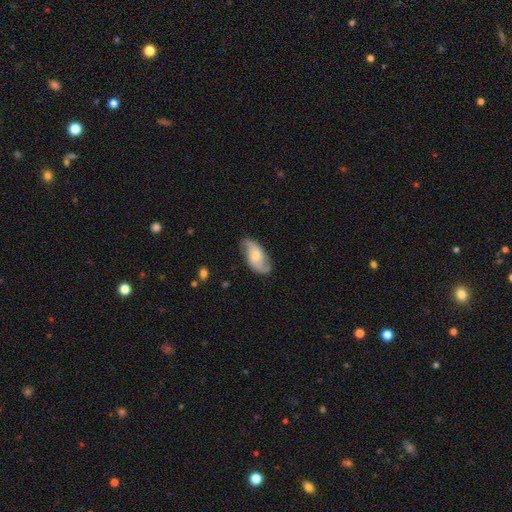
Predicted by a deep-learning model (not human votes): Smooth or featured: featured or disk — 71% (smooth — 23%)
Edge-on disk: no — 95% (yes — 5%)
Bar: no — 50% (weak — 41%)
Spiral arms: yes — 94% (no — 6%)
Spiral winding: loose — 42% (tied with medium — 42%)
Spiral arm count: 2 — 88% (can't tell — 6%)
Bulge size: moderate — 42% (small — 41%)
Merging: none — 75% (minor disturbance — 18%)